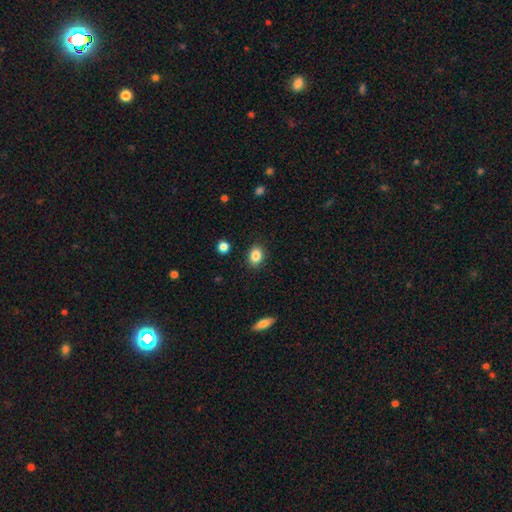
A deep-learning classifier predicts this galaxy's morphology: Smooth or featured? smooth (86%)
How rounded? in between (59%)
Merging? none (88%)